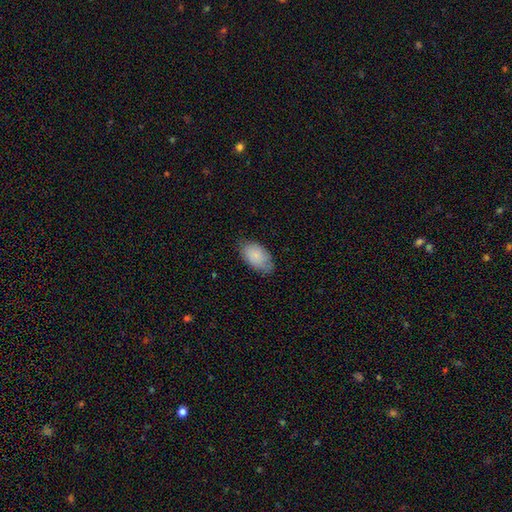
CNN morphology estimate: Smooth or featured?
  - smooth: 83% *
  - featured or disk: 10%
  - star or artifact: 6%
How rounded?
  - in between: 94% *
  - round: 4%
  - cigar-shaped: 2%
Merging?
  - none: 70% *
  - minor disturbance: 24%
  - major disturbance: 5%
  - merger: 1%